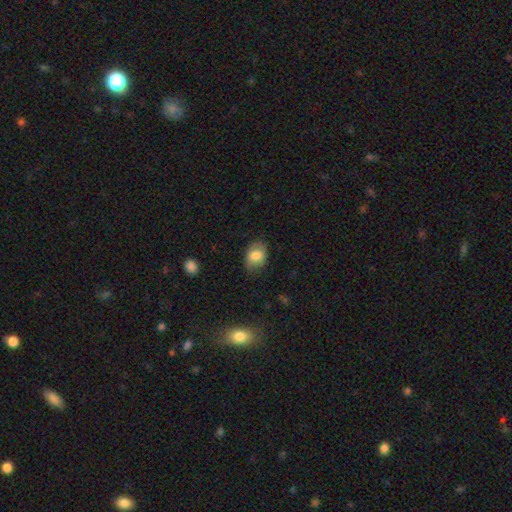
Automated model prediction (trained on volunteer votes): smooth_or_featured: smooth (p=0.77) [alt: featured or disk p=0.15]
how_rounded: in between (p=0.78) [alt: round p=0.21]
merging: none (p=0.78) [alt: minor disturbance p=0.17]